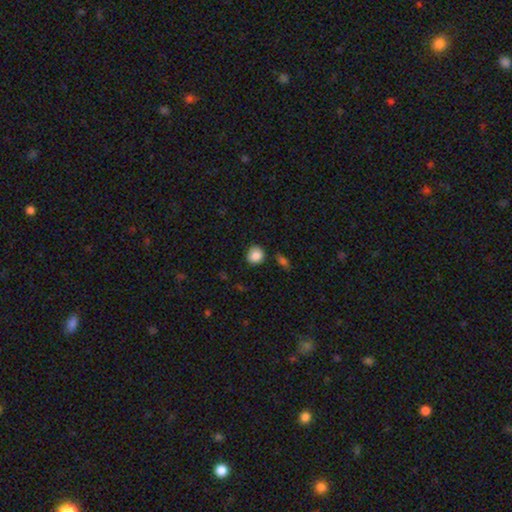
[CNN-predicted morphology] type=smooth (86%); roundness=round (85%); merging=none (82%).